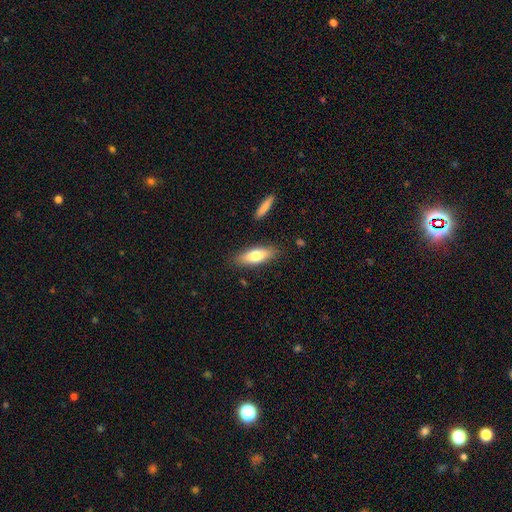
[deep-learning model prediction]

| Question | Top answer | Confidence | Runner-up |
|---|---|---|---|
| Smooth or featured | smooth | 74% | featured or disk (20%) |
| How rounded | in between | 60% | cigar-shaped (38%) |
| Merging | none | 85% | minor disturbance (10%) |